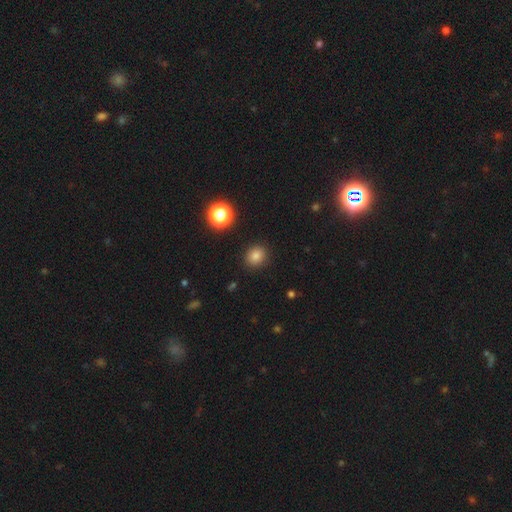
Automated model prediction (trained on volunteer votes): Morphology: type=smooth (81%); roundness=round (76%); merging=none (90%).